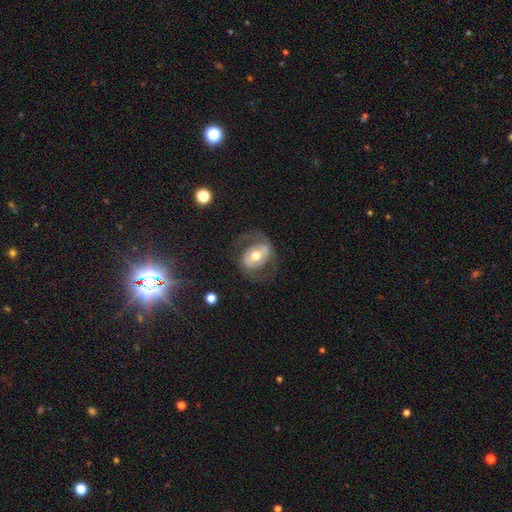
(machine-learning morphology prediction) A featured or disk galaxy (69%) with no bar (38%), spiral arms (70%) and a moderate central bulge (74%). Merging: none (61%).